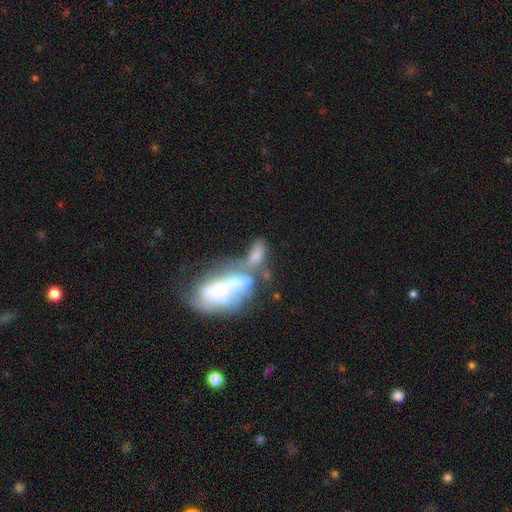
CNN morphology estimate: A featured or disk galaxy (54%) with no bar (85%), no spiral arms (87%) and no central bulge (43%). Merging: merger (62%).